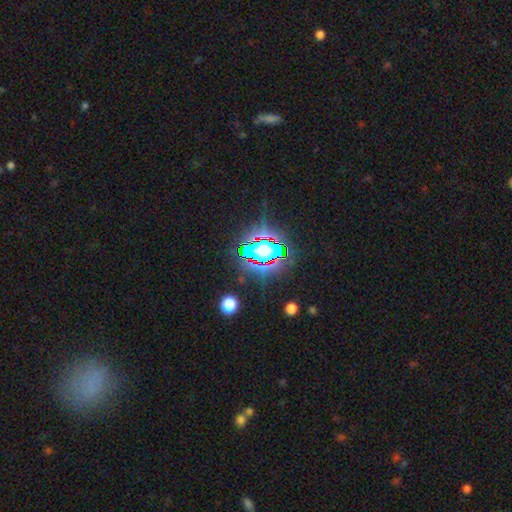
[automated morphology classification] Overall: star or artifact (79%).